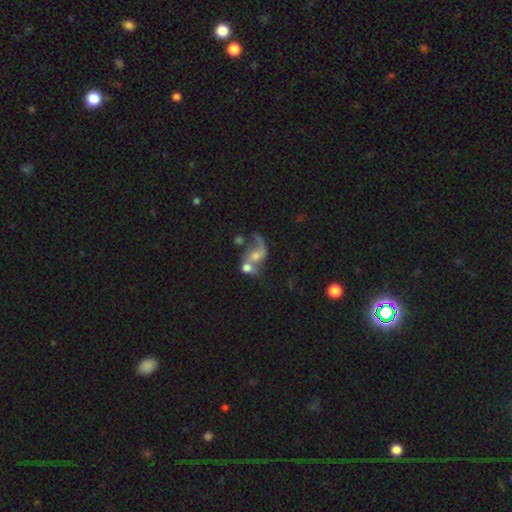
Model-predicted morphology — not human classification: smooth-or-featured: featured or disk: 68% | smooth: 21% | star or artifact: 11%
  disk-edge-on: no: 97% | yes: 3%
    bar: no: 62% | weak: 30% | strong: 8%
    has-spiral-arms: yes: 81% | no: 19%
      spiral-winding: loose: 73% | medium: 22% | tight: 5%
      spiral-arm-count: 2: 65% | 1: 28% | can't tell: 4% | 3: 1% | 4: 1% | more than 4: 1%
    bulge-size: moderate: 46% | small: 33% | none: 11% | large: 8% | dominant: 2%
  merging: merger: 51% | none: 24% | major disturbance: 15% | minor disturbance: 10%